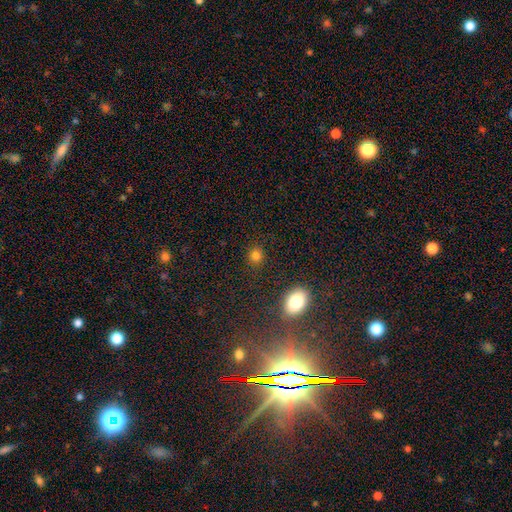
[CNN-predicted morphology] Smooth or featured? smooth (81%)
How rounded? round (81%)
Merging? none (87%)